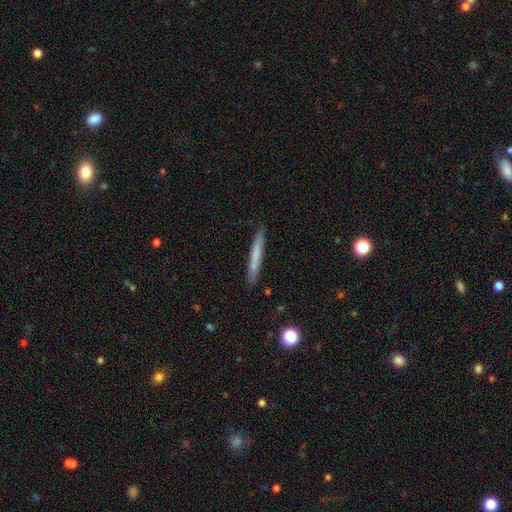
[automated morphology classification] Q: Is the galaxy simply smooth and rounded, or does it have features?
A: smooth — 66%.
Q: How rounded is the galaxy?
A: cigar-shaped — 97%.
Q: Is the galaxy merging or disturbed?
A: none — 89%.